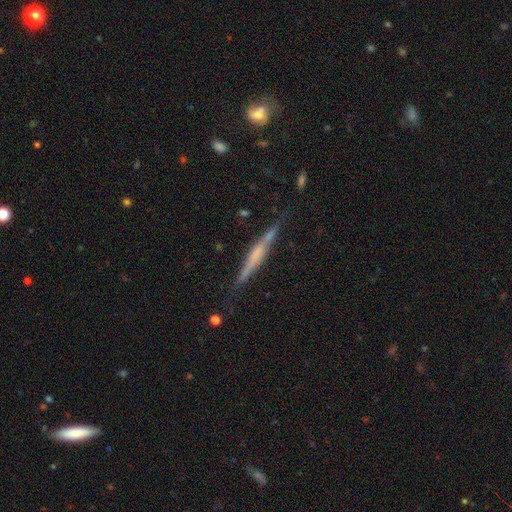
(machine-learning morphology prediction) Q: Smooth or featured?
A: featured or disk (65%); runner-up: smooth (28%)
Q: Edge-on disk?
A: yes (97%); runner-up: no (3%)
Q: Edge-on bulge?
A: rounded (38%); runner-up: none (31%)
Q: Merging?
A: none (80%); runner-up: minor disturbance (14%)